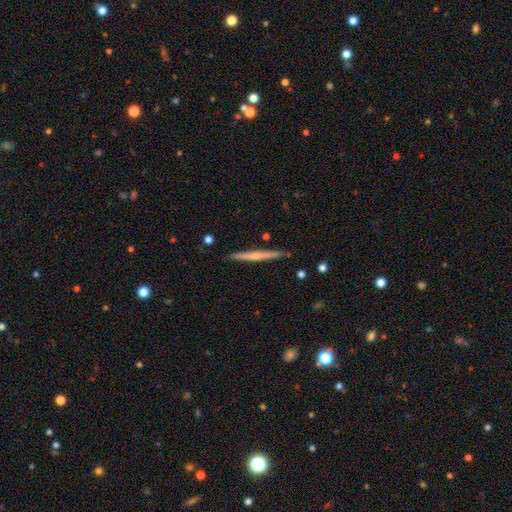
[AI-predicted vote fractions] Q: Smooth or featured?
A: featured or disk (56%); runner-up: smooth (39%)
Q: Edge-on disk?
A: yes (98%); runner-up: no (2%)
Q: Edge-on bulge?
A: none (56%); runner-up: rounded (38%)
Q: Merging?
A: none (90%); runner-up: minor disturbance (7%)